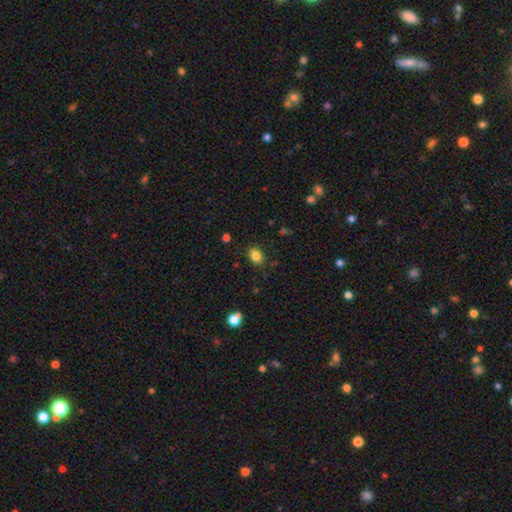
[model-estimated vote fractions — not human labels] Q: Smooth or featured?
A: smooth (84%); runner-up: star or artifact (11%)
Q: How rounded?
A: in between (68%); runner-up: round (31%)
Q: Merging?
A: none (84%); runner-up: minor disturbance (12%)